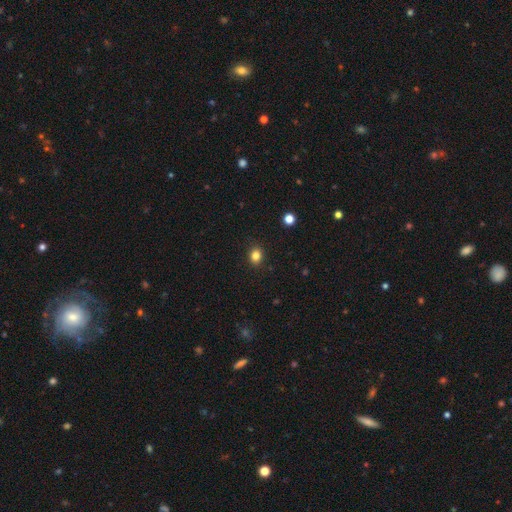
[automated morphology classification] smooth 83%, star or artifact 12%, featured or disk 5%. Down the decision tree: how rounded — round (61%); merging — none (90%).